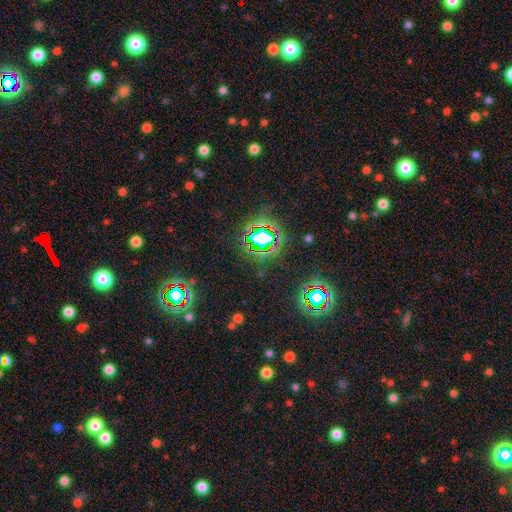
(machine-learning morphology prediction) A star or artifact, not a galaxy (74%).